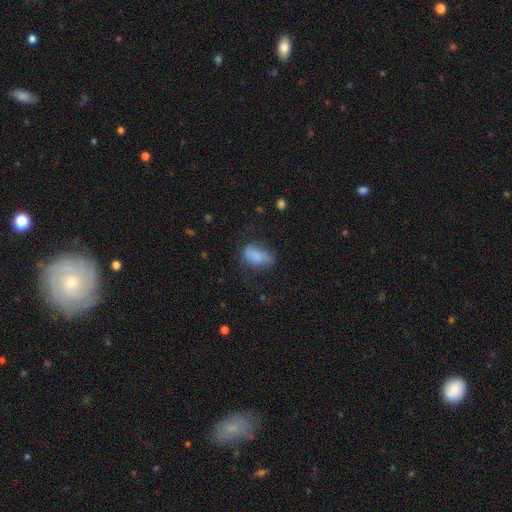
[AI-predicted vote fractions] A smooth galaxy with no disk features (74%) that is in between round and cigar-shaped (88%). Merging: none (42%).